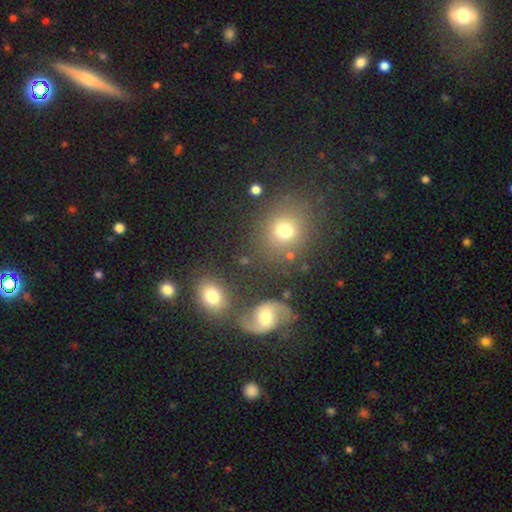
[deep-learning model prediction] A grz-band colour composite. It shows a smooth galaxy with no disk features (51%) that is round (77%). Merging: none (69%).